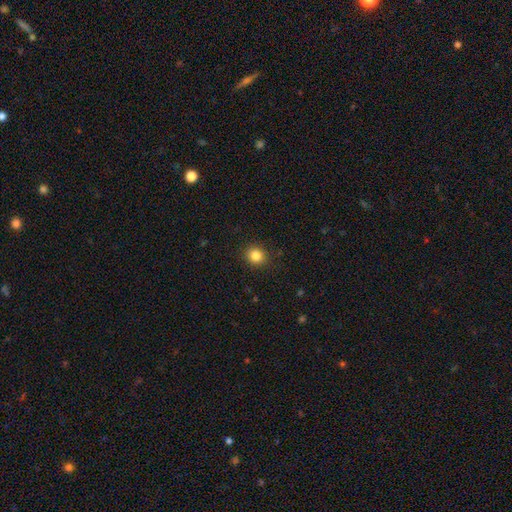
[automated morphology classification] Smooth or featured: smooth — 84% (star or artifact — 11%)
How rounded: round — 84% (in between — 15%)
Merging: none — 90% (minor disturbance — 7%)